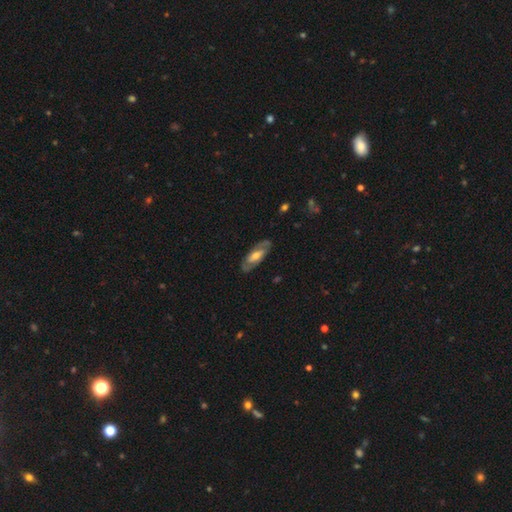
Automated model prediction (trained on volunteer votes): A featured or disk galaxy (63%) with no bar (44%), spiral arms (56%) and a moderate central bulge (63%). Merging: none (83%).